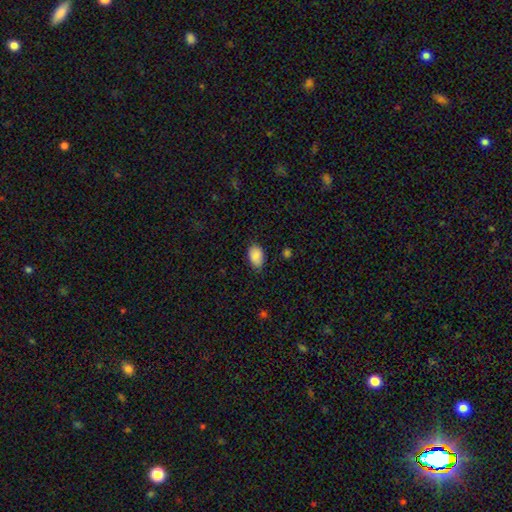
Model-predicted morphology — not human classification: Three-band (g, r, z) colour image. It shows a smooth galaxy with no disk features (89%) that is in between round and cigar-shaped (91%). Merging: none (75%).